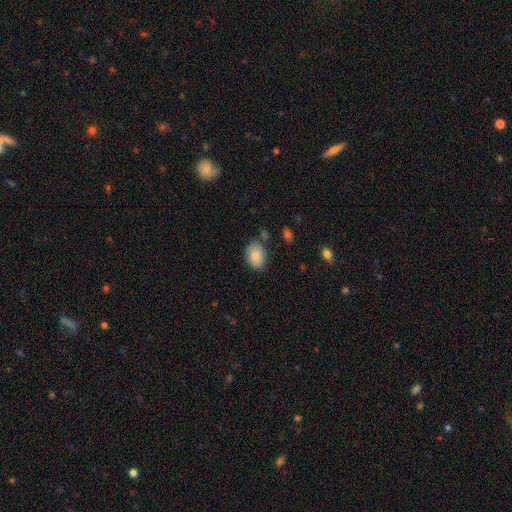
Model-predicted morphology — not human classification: Smooth or featured?
  - smooth: 85% *
  - featured or disk: 8%
  - star or artifact: 7%
How rounded?
  - in between: 77% *
  - round: 22%
  - cigar-shaped: 1%
Merging?
  - none: 70% *
  - minor disturbance: 21%
  - merger: 5%
  - major disturbance: 4%